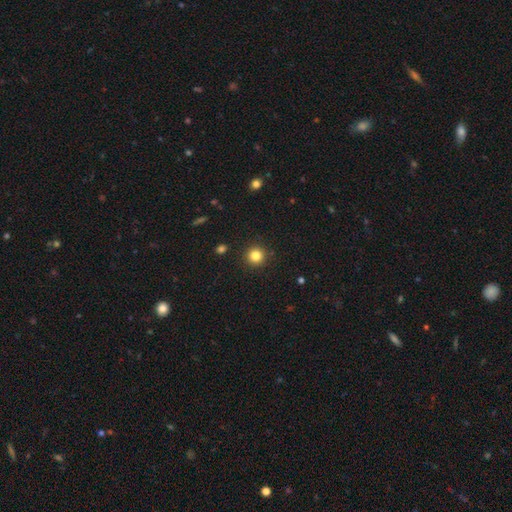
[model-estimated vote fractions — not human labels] Q: Smooth or featured?
A: smooth (83%); runner-up: star or artifact (12%)
Q: How rounded?
A: round (95%); runner-up: in between (4%)
Q: Merging?
A: none (92%); runner-up: minor disturbance (5%)